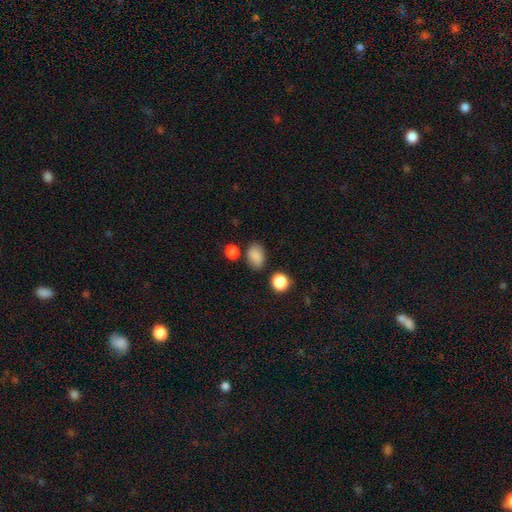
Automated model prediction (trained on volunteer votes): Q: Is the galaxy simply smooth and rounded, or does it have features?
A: smooth — 85%.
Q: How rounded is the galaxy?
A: in between — 79%.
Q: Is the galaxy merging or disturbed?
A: none — 75%.